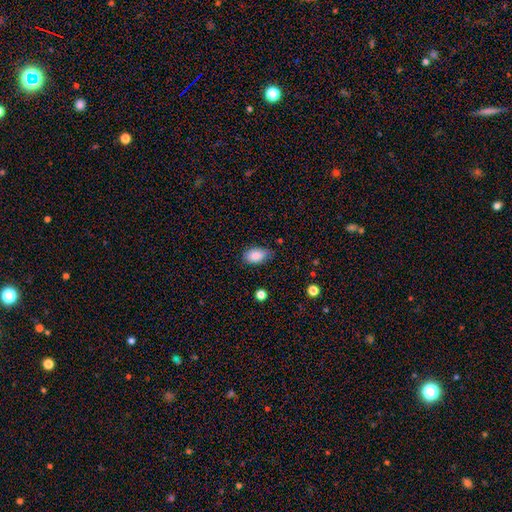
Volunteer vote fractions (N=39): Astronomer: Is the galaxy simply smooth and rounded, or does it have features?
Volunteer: smooth — 87%.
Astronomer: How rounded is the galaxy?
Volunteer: in between — 97%.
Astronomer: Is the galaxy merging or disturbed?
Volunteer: none — 75%.